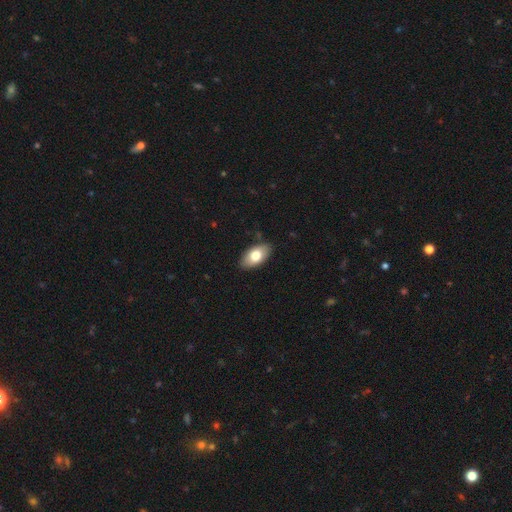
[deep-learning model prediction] Smooth or featured? smooth (76%)
How rounded? in between (94%)
Merging? none (86%)